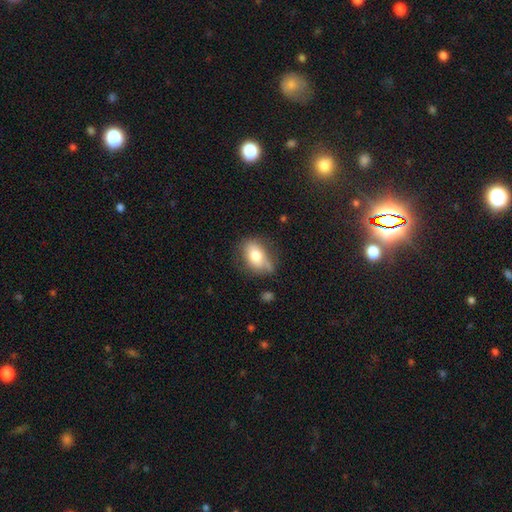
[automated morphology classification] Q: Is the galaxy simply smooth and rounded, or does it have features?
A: smooth — 72%.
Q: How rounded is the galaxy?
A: in between — 82%.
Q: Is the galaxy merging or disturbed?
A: none — 52%.